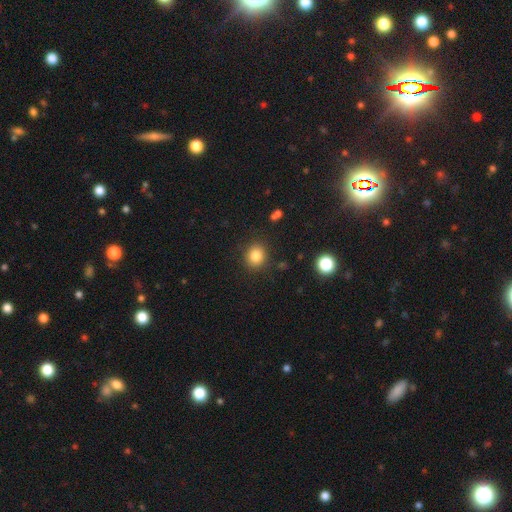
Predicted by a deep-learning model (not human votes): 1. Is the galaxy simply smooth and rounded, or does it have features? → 83% smooth, 11% star or artifact, 6% featured or disk.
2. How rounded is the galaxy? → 78% round, 21% in between, 1% cigar-shaped.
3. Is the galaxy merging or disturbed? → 87% none, 8% minor disturbance, 3% major disturbance, 2% merger.